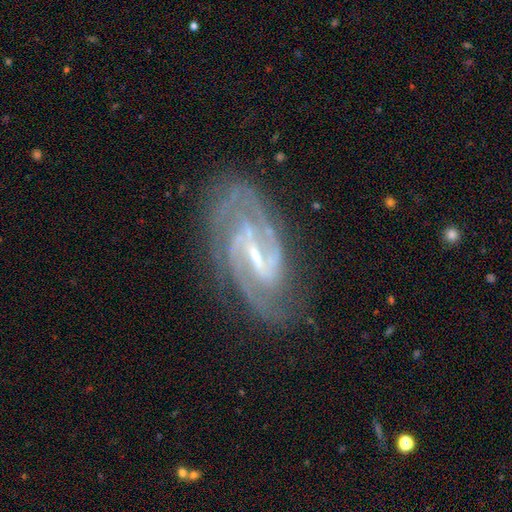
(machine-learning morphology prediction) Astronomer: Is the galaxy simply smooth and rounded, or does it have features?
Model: featured or disk — 91%.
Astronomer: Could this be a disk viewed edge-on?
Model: no — 96%.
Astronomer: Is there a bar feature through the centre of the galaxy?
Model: strong — 48% (runner-up: weak, 40%).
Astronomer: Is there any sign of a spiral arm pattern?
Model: yes — 98%.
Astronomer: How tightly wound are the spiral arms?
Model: medium — 47% (runner-up: tight, 44%).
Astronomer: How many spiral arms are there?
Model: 2 — 57%.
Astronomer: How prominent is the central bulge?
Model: small — 72%.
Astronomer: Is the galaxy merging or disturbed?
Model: none — 77%.